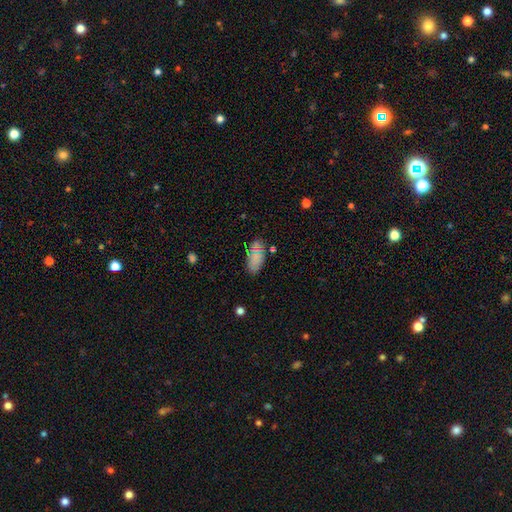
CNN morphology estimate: The model was most divided on "merging": none: 74%, minor disturbance: 17%, major disturbance: 5%, merger: 4%. More confident: how rounded — in between (92%); smooth or featured — smooth (73%).